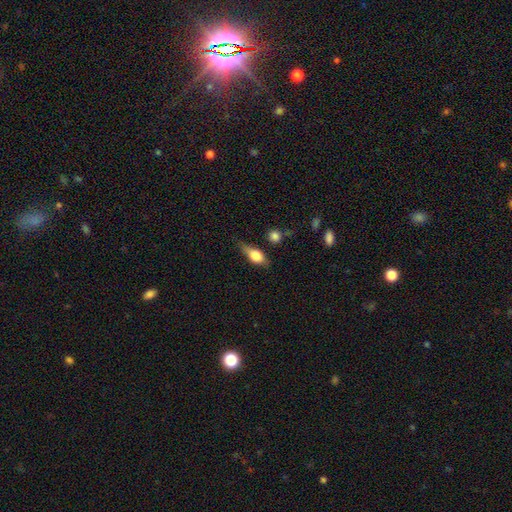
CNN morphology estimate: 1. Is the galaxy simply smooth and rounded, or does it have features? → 62% smooth, 30% featured or disk, 8% star or artifact.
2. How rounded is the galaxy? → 70% in between, 19% cigar-shaped, 11% round.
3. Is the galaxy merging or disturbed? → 60% none, 27% minor disturbance, 8% major disturbance, 4% merger.